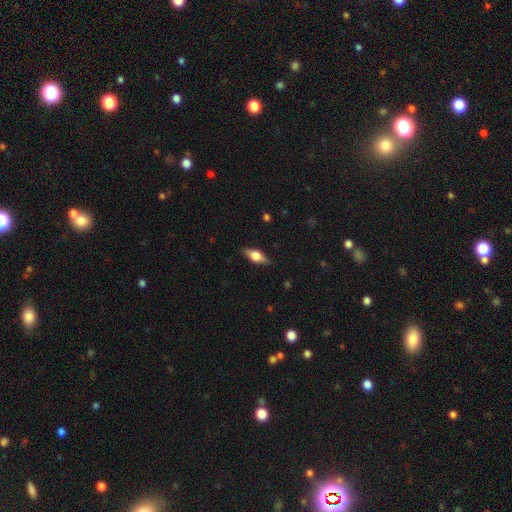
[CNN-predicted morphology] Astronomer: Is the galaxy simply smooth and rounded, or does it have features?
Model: featured or disk — 47% (runner-up: smooth, 46%).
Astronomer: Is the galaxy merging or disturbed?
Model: none — 85%.